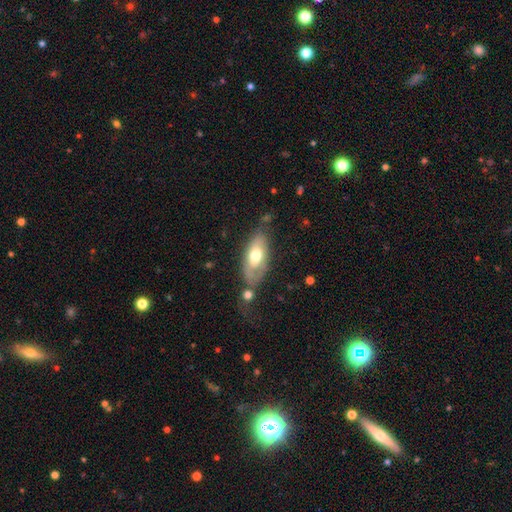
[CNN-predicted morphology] This appears to be a smooth galaxy with no disk features (56%) that is in between round and cigar-shaped (86%). Merging: none (52%).